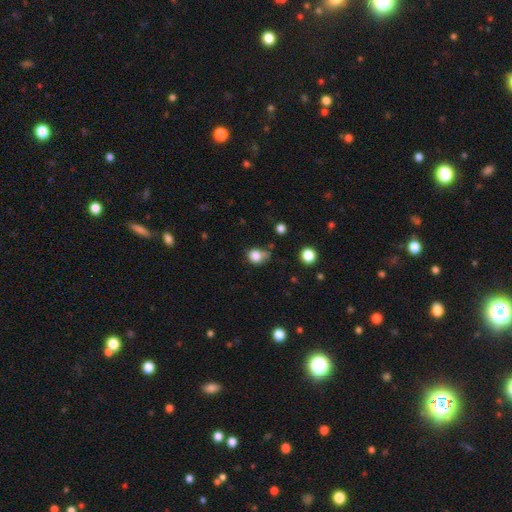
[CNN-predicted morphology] This appears to be a smooth galaxy with no disk features (82%) that is round (64%). Merging: none (47%).